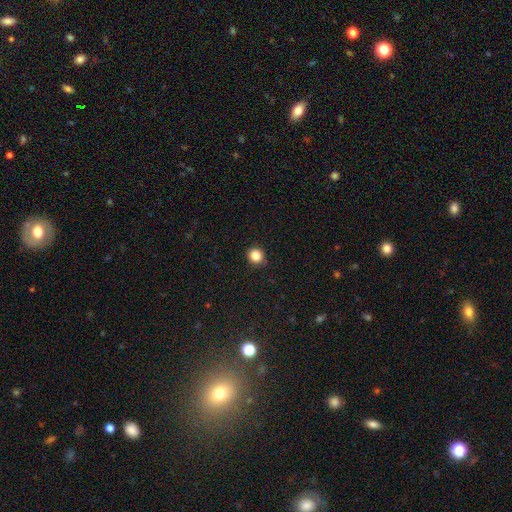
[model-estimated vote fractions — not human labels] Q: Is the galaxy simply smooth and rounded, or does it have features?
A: smooth — 85%.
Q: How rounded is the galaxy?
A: round — 87%.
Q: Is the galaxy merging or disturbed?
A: none — 89%.